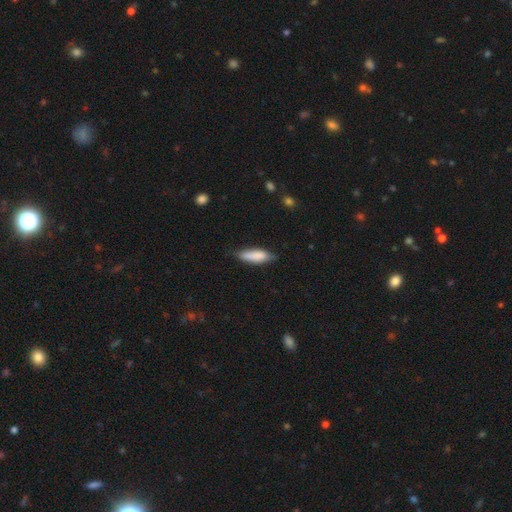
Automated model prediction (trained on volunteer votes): A smooth galaxy with no disk features (82%) that is in between round and cigar-shaped (50%).

Vote fractions:
- Smooth or featured? smooth: 82% / featured or disk: 12% / star or artifact: 6%
- How rounded? in between: 50% / cigar-shaped: 48% / round: 2%
- Merging? none: 68% / minor disturbance: 26% / major disturbance: 4% / merger: 2%